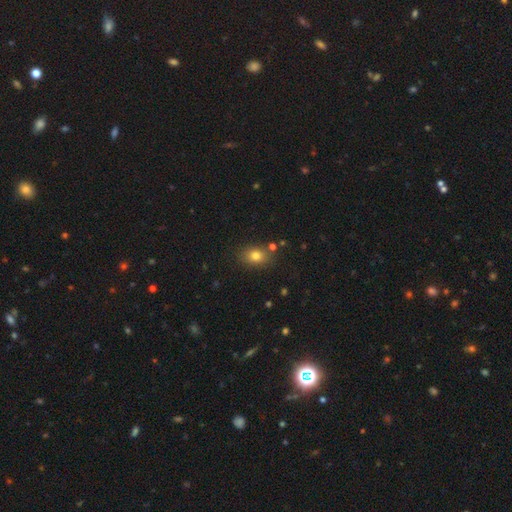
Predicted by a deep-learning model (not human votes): smooth 79%, star or artifact 12%, featured or disk 10%. Down the decision tree: how rounded — in between (66%); merging — none (80%).